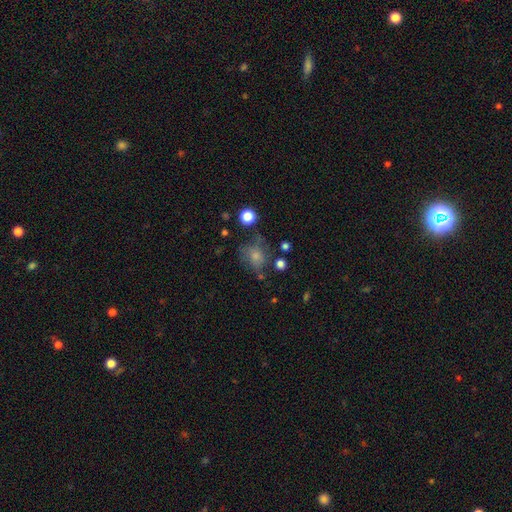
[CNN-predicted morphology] Overall: smooth (69%). How rounded: round (63%; in between 36%). Merging: none (51%; minor disturbance 25%).